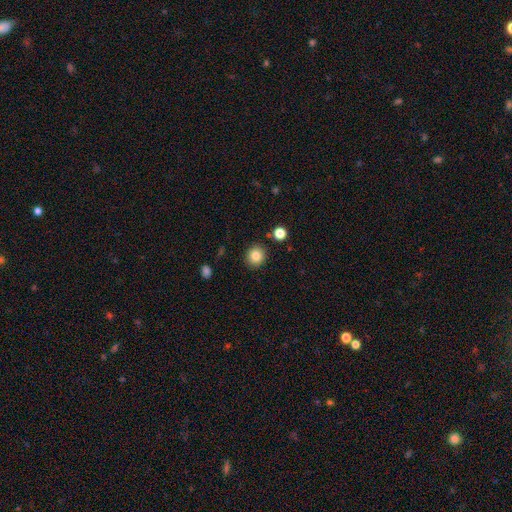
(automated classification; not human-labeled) smooth 84%, star or artifact 10%, featured or disk 6%. Down the decision tree: how rounded — round (86%); merging — none (89%).